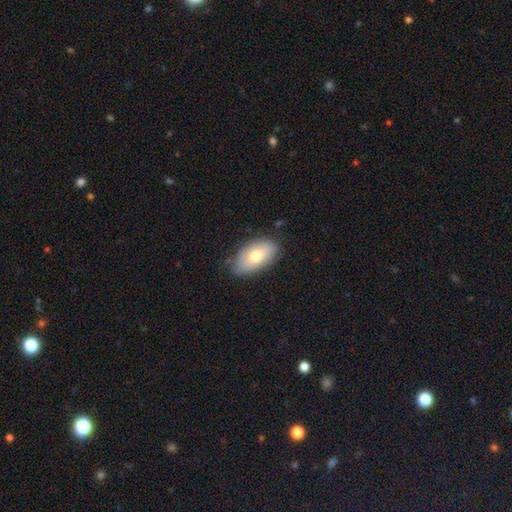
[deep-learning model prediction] Smooth or featured: smooth — 74% (featured or disk — 19%)
How rounded: in between — 93% (round — 4%)
Merging: none — 77% (minor disturbance — 19%)